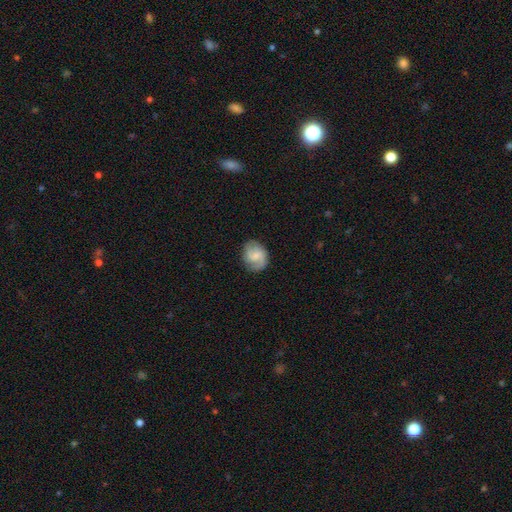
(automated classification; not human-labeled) Q: Smooth or featured?
A: featured or disk (55%); runner-up: smooth (38%)
Q: Edge-on disk?
A: no (97%); runner-up: yes (3%)
Q: Bar?
A: weak (48%); runner-up: no (42%)
Q: Spiral arms?
A: yes (90%); runner-up: no (10%)
Q: Bulge size?
A: small (42%); runner-up: moderate (29%)
Q: Merging?
A: none (75%); runner-up: minor disturbance (17%)